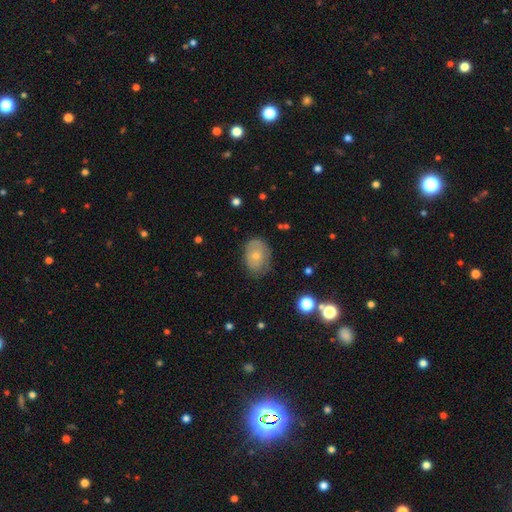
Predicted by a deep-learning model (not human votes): Smooth or featured: smooth — 64% (featured or disk — 28%)
How rounded: in between — 75% (round — 24%)
Merging: none — 66% (minor disturbance — 25%)